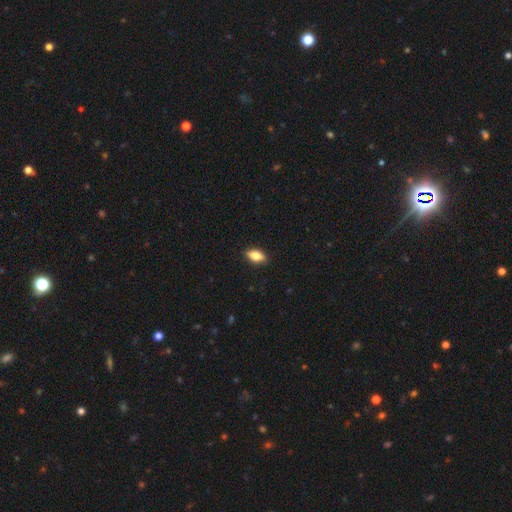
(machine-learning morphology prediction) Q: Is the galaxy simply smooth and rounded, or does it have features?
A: smooth — 82%.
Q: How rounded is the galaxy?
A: in between — 88%.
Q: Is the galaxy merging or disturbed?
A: none — 89%.